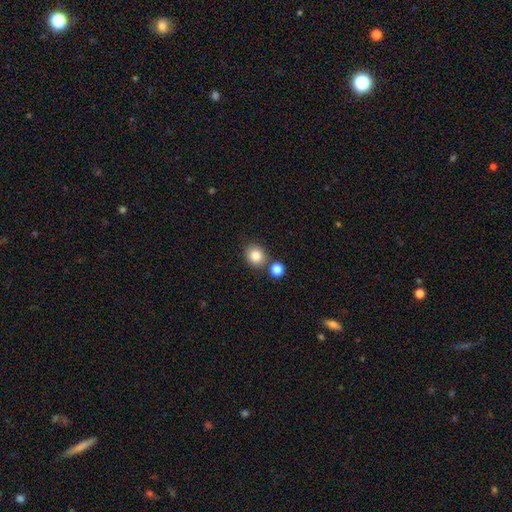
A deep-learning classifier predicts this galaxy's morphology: Smooth or featured? smooth (83%)
How rounded? round (74%)
Merging? none (73%)